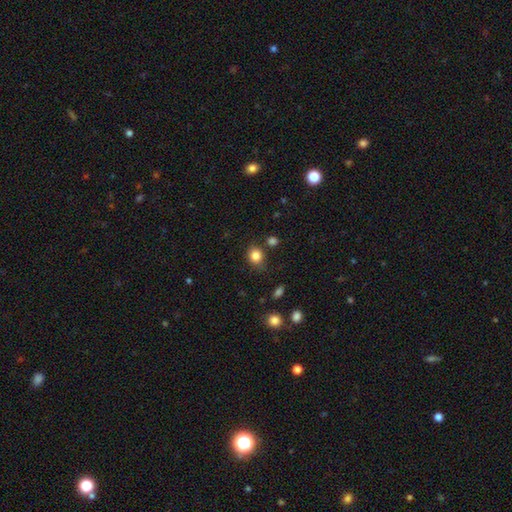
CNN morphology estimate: Q: Smooth or featured?
A: smooth (84%); runner-up: star or artifact (11%)
Q: How rounded?
A: round (77%); runner-up: in between (22%)
Q: Merging?
A: none (76%); runner-up: minor disturbance (15%)